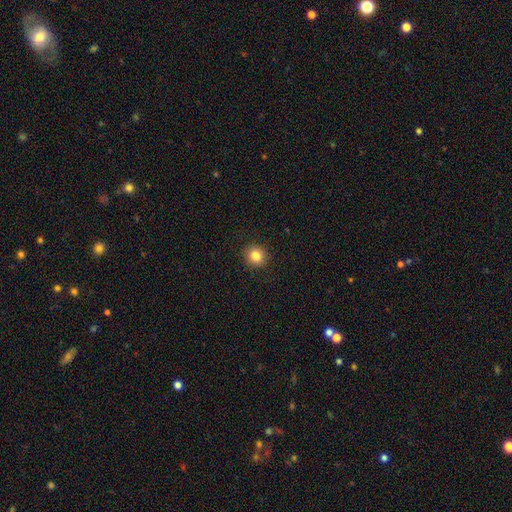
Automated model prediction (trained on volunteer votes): smooth-or-featured: smooth: 84% | star or artifact: 10% | featured or disk: 5%
  how-rounded: round: 89% | in between: 10% | cigar-shaped: 1%
  merging: none: 92% | minor disturbance: 6% | major disturbance: 2% | merger: 1%